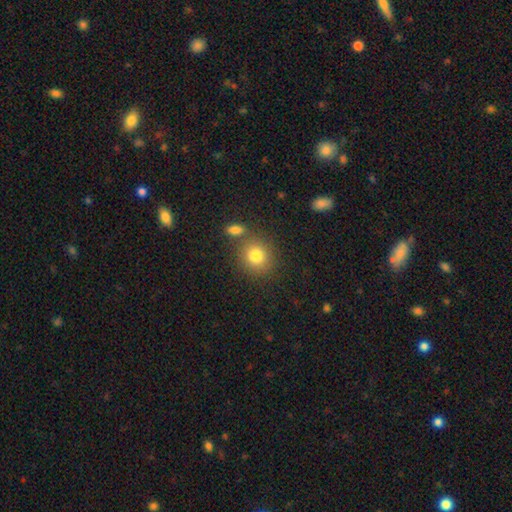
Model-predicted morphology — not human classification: This appears to be a smooth galaxy with no disk features (81%) that is round (83%). Merging: none (72%).